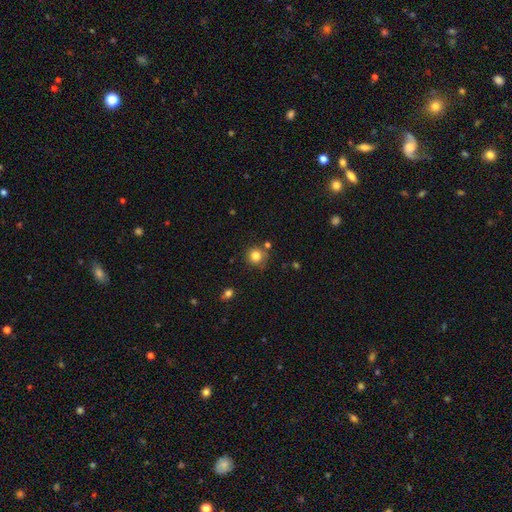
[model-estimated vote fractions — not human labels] Smooth or featured? Predicted: smooth (p=0.82). How rounded? Predicted: round (p=0.91). Merging? Predicted: none (p=0.74).